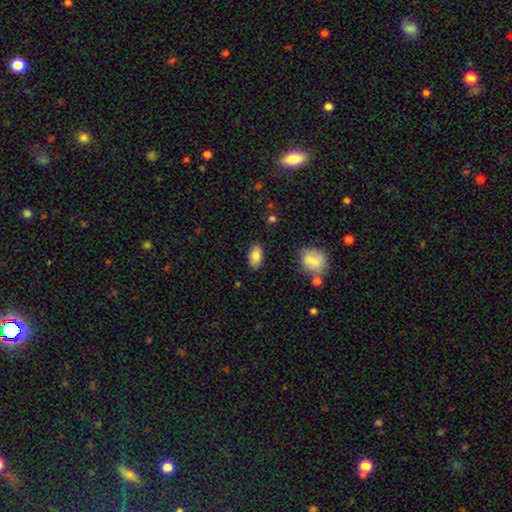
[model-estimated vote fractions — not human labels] Smooth or featured? smooth (83%)
How rounded? in between (92%)
Merging? none (83%)